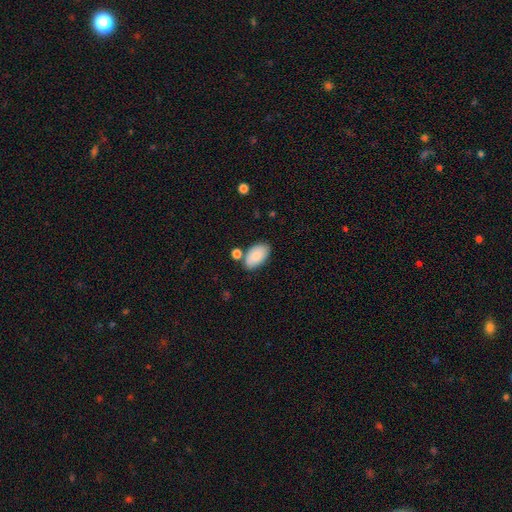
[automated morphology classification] Overall: smooth (86%). How rounded: in between (95%). Merging: none (71%).